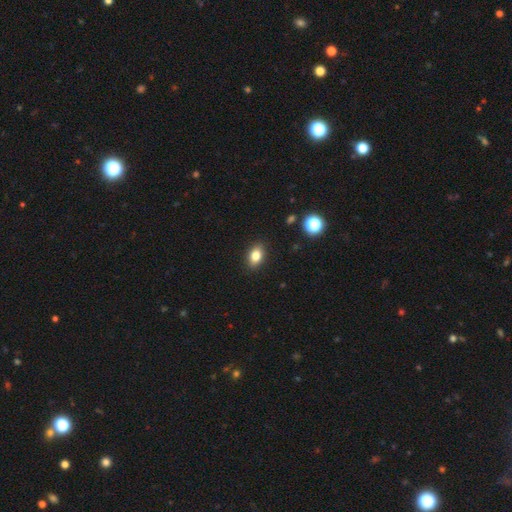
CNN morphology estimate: This appears to be a smooth galaxy with no disk features (81%) that is in between round and cigar-shaped (80%). Merging: none (89%).